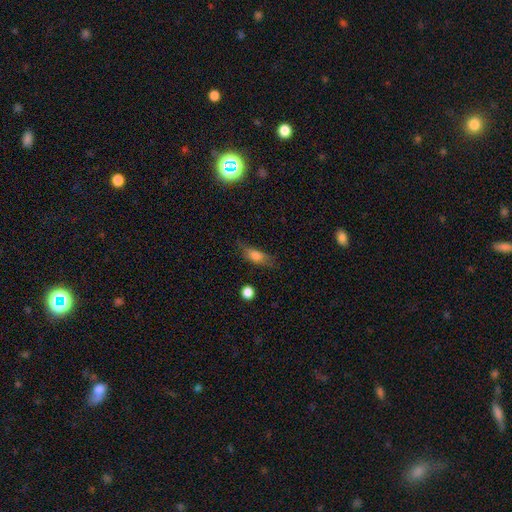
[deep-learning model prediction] This is likely a smooth galaxy (74%). How rounded: likely in between (68%). Merging: likely none (61%).